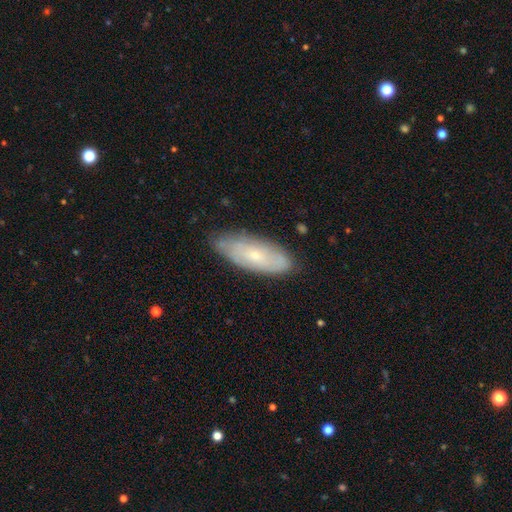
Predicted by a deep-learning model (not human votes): Smooth or featured: featured or disk — 47% (smooth — 46%)
Merging: none — 77% (minor disturbance — 18%)